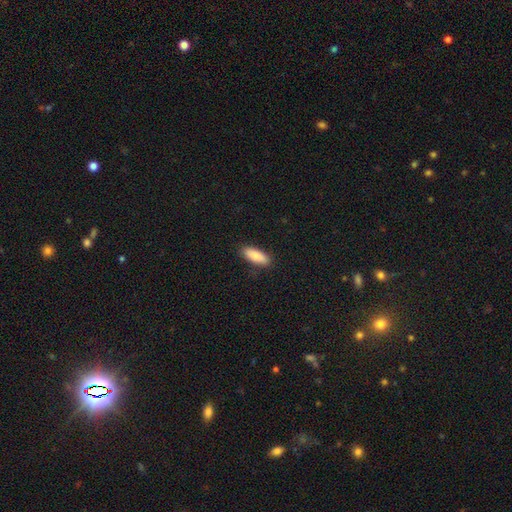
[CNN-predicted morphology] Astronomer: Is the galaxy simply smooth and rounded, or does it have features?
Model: smooth — 86%.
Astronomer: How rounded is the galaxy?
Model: in between — 67%.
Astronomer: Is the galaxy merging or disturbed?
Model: none — 88%.